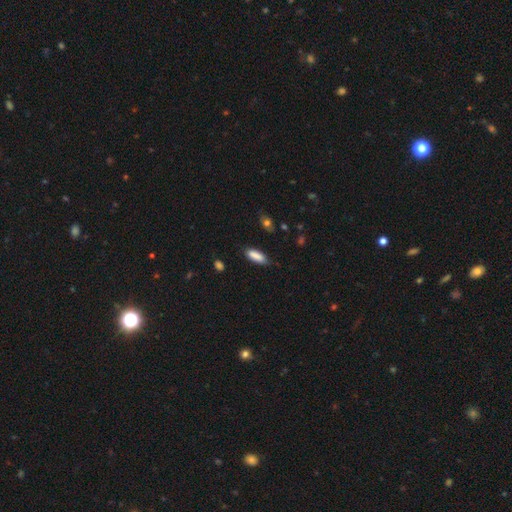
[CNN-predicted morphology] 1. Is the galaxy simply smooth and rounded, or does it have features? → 87% smooth, 7% star or artifact, 7% featured or disk.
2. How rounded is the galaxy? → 61% in between, 37% cigar-shaped, 2% round.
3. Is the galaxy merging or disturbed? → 76% none, 19% minor disturbance, 3% major disturbance, 2% merger.